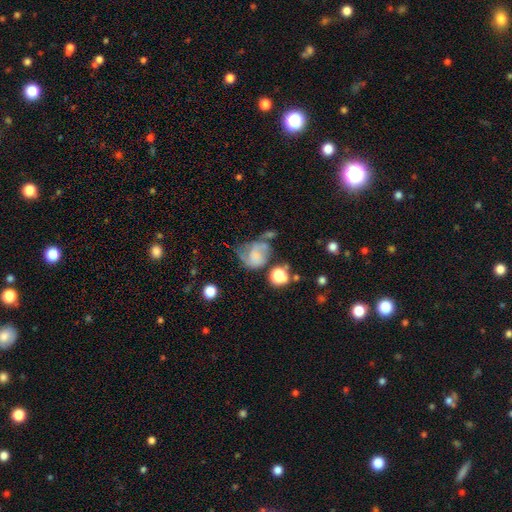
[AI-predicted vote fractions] Q: Smooth or featured?
A: smooth (45%); runner-up: featured or disk (43%)
Q: Merging?
A: major disturbance (34%); runner-up: none (27%)